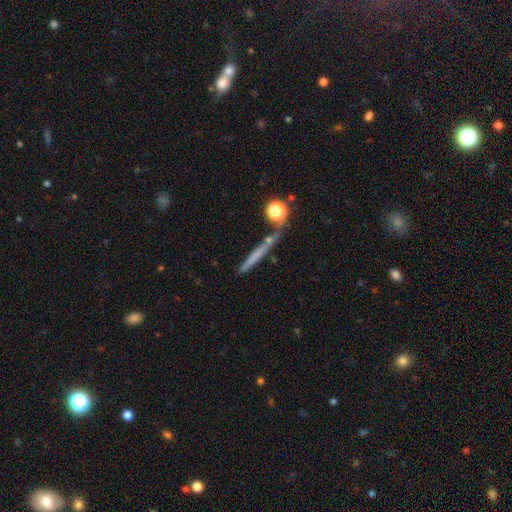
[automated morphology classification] type=smooth (55%); roundness=cigar-shaped (87%); merging=none (66%).